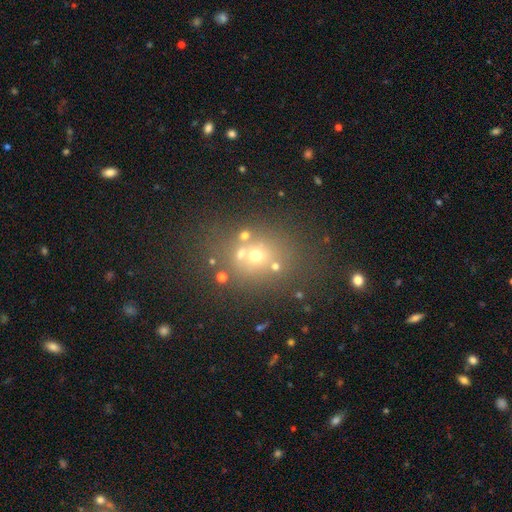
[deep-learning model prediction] Smooth or featured? Predicted: smooth (p=0.47). Merging? Predicted: none (p=0.59).